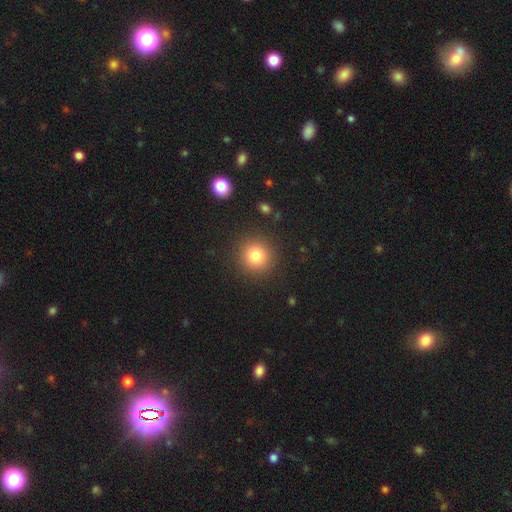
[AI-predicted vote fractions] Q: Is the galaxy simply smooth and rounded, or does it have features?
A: smooth — 81%.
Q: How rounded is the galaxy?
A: round — 94%.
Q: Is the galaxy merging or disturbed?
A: none — 90%.